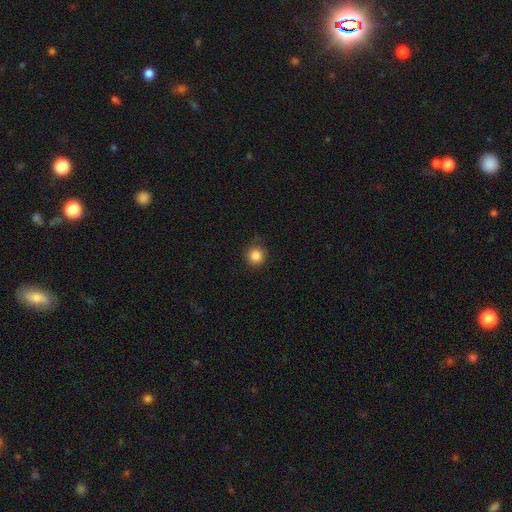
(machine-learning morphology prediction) Smooth or featured? smooth (85%)
How rounded? round (94%)
Merging? none (82%)